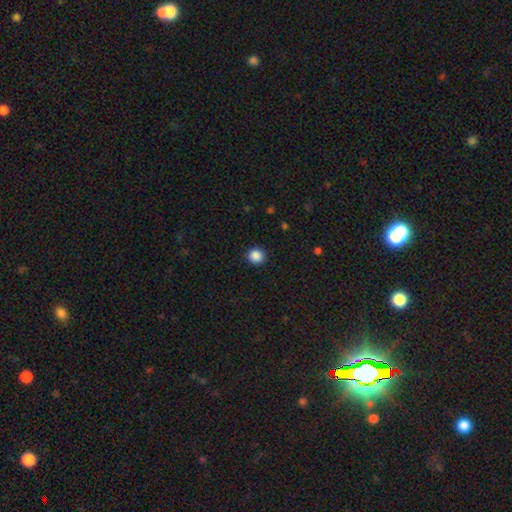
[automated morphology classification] Q: Smooth or featured?
A: smooth (87%); runner-up: star or artifact (10%)
Q: How rounded?
A: round (92%); runner-up: in between (8%)
Q: Merging?
A: none (91%); runner-up: minor disturbance (6%)